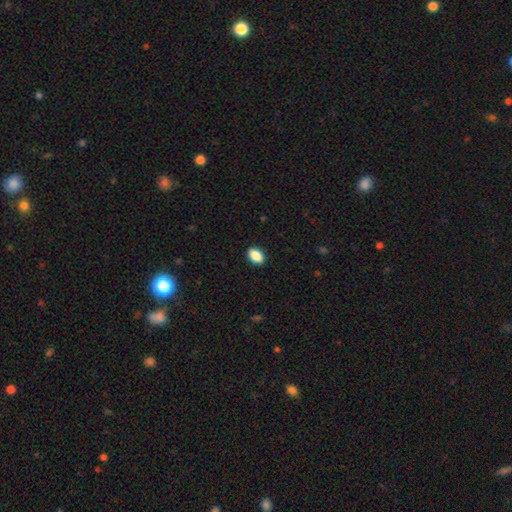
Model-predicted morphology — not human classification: This is clearly a smooth galaxy (89%). How rounded: clearly in between (89%). Merging: clearly none (90%).